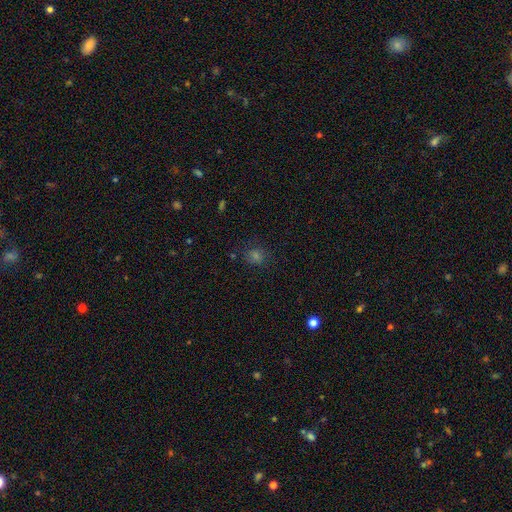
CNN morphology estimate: Smooth or featured: smooth — 57% (star or artifact — 33%)
How rounded: round — 72% (in between — 27%)
Merging: none — 80% (minor disturbance — 12%)